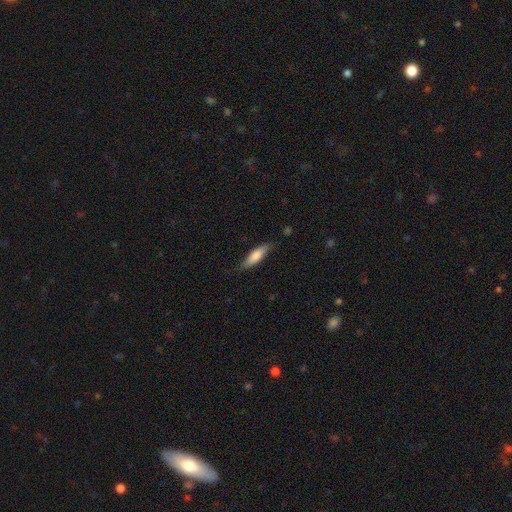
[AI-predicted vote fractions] This is likely a smooth galaxy (74%). How rounded: likely cigar-shaped (63%). Merging: likely none (79%).